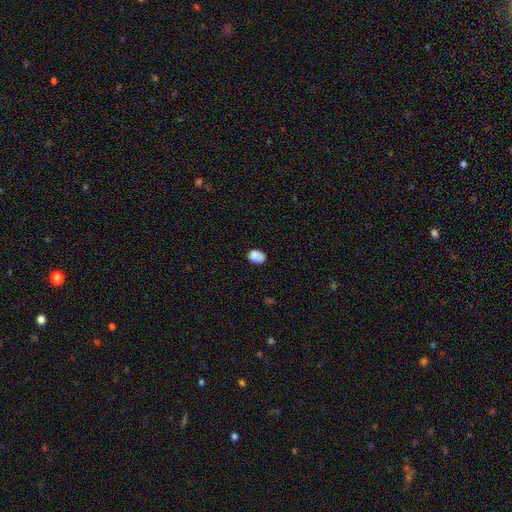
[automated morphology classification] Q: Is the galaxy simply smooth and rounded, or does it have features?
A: smooth — 76%.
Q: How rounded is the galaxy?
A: in between — 62%.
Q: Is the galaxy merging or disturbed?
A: none — 51%.